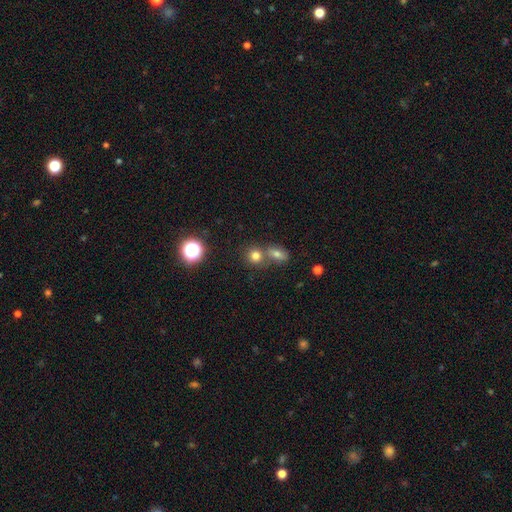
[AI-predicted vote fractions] smooth-or-featured: smooth: 74% | star or artifact: 17% | featured or disk: 9%
  how-rounded: round: 80% | in between: 18% | cigar-shaped: 1%
  merging: none: 52% | merger: 38% | minor disturbance: 7% | major disturbance: 3%